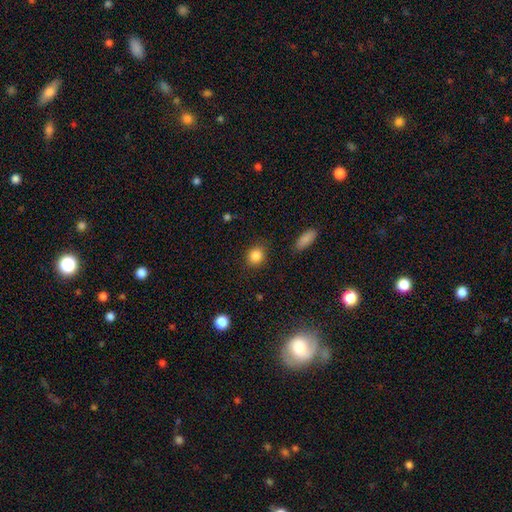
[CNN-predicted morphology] type=smooth (86%); roundness=round (73%); merging=none (86%).